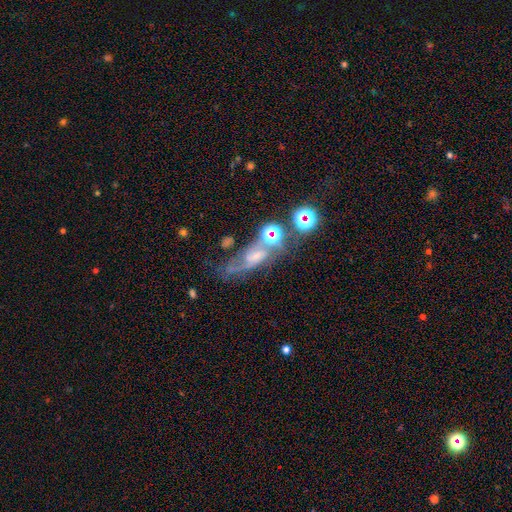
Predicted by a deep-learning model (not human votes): Smooth or featured: featured or disk — 53% (star or artifact — 24%)
Edge-on disk: no — 86% (yes — 14%)
Merging: none — 40% (major disturbance — 24%)